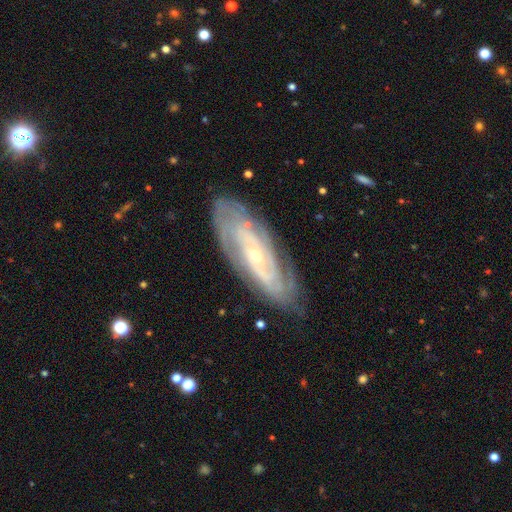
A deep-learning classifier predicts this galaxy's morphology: The model was most divided on "spiral arm count": can't tell: 47%, 2: 25%, 3: 11%, 4: 8%, more than 4: 5%, 1: 5%. More confident: spiral arms — yes (90%); edge-on disk — no (87%); smooth or featured — featured or disk (84%); merging — none (79%); bulge size — small (74%); spiral winding — tight (71%); bar — no (67%).